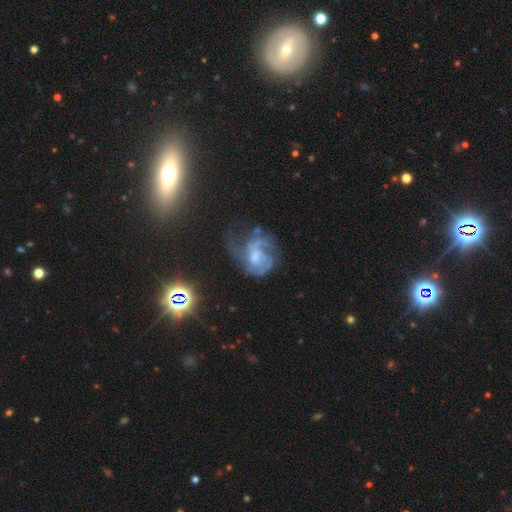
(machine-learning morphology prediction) Smooth or featured? featured or disk (69%)
Edge-on disk? no (98%)
Bar? no (66%)
Spiral arms? yes (73%)
Bulge size? moderate (42%)
Merging? major disturbance (42%)